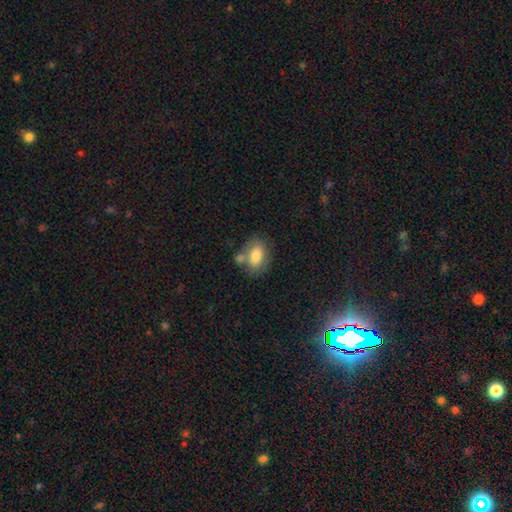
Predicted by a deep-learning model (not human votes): Smooth or featured?
  - smooth: 78% *
  - featured or disk: 15%
  - star or artifact: 7%
How rounded?
  - in between: 86% *
  - round: 12%
  - cigar-shaped: 2%
Merging?
  - none: 54% *
  - merger: 23%
  - minor disturbance: 17%
  - major disturbance: 6%